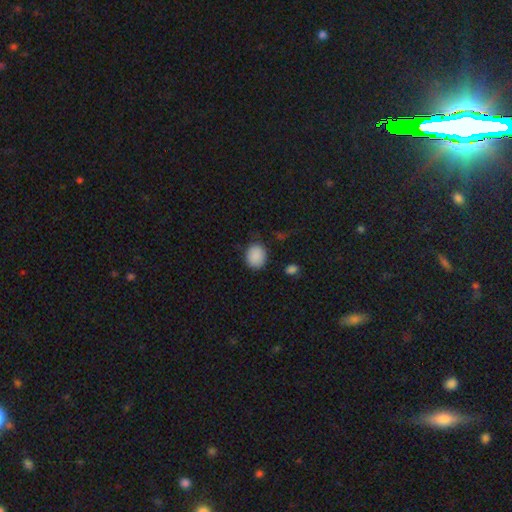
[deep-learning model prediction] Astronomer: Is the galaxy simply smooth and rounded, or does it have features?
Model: smooth — 89%.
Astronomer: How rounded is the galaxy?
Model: round — 69%.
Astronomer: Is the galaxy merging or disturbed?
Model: none — 82%.